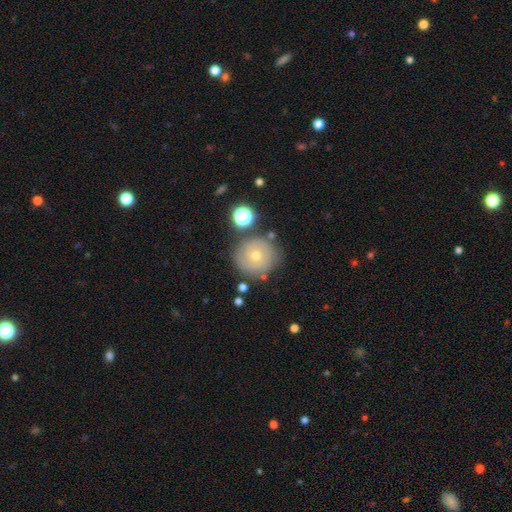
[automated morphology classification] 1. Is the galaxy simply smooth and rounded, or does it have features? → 48% smooth, 41% featured or disk, 11% star or artifact.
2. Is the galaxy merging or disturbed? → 76% none, 14% minor disturbance, 5% merger, 5% major disturbance.